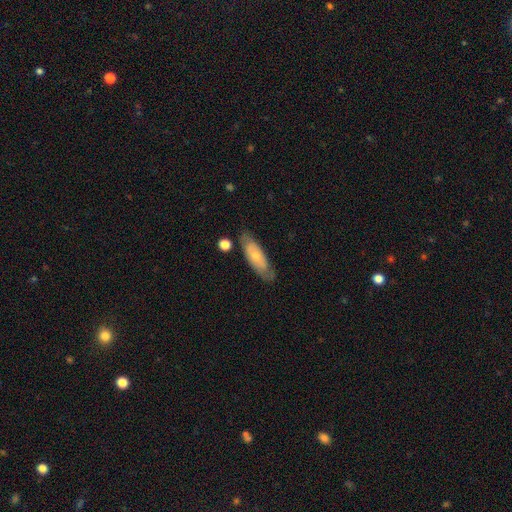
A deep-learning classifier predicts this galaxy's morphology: A smooth galaxy with no disk features (56%) that is in between round and cigar-shaped (60%). Merging: none (73%).